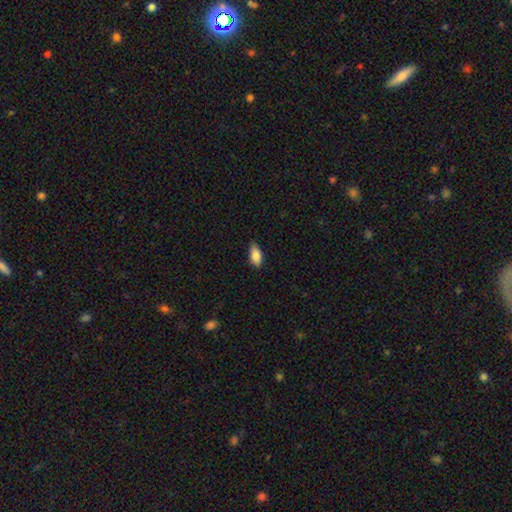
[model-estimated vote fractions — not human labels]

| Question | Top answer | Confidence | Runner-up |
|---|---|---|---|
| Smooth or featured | smooth | 84% | featured or disk (9%) |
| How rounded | in between | 88% | cigar-shaped (9%) |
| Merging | none | 81% | minor disturbance (16%) |